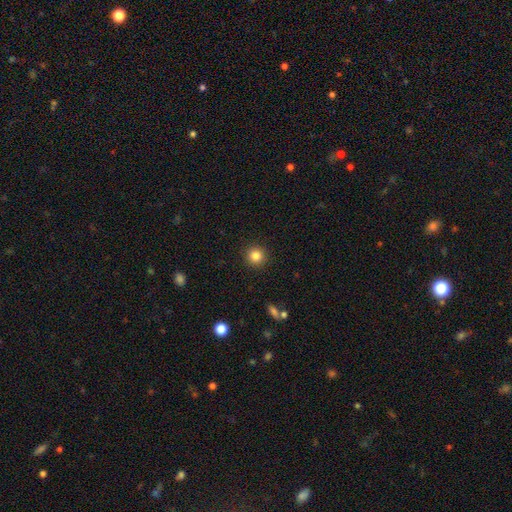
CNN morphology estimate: This appears to be a smooth galaxy with no disk features (84%) that is round (95%). Merging: none (92%).